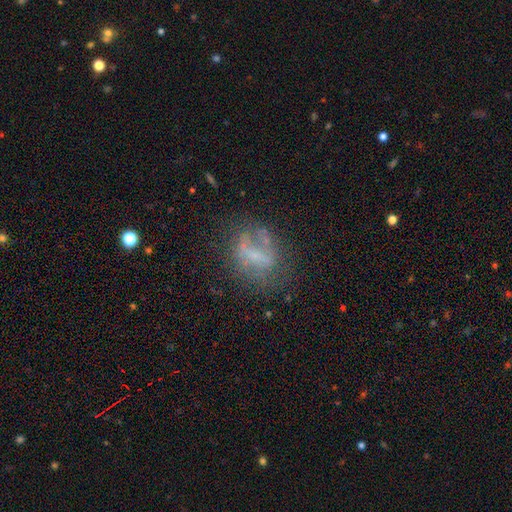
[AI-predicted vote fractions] The model was most divided on "smooth or featured": featured or disk: 53%, smooth: 33%, star or artifact: 15%. Remaining: edge-on disk — no (94%); merging — none (48%).